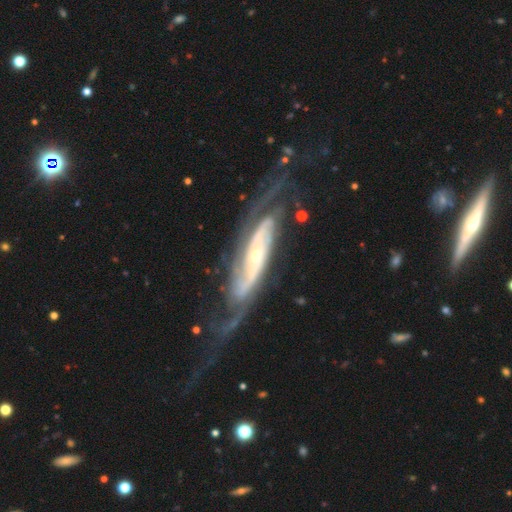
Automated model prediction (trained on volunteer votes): A featured or disk galaxy (88%) with no bar (54%), 2 (56%) tight (48%) spiral arms (96%) and a small central bulge (72%).

Vote fractions:
- Smooth or featured? featured or disk: 88% / smooth: 7% / star or artifact: 5%
- Edge-on disk? no: 83% / yes: 17%
- Bar? no: 54% / weak: 25% / strong: 21%
- Spiral arms? yes: 96% / no: 4%
- Spiral winding? tight: 48% / medium: 37% / loose: 16%
- Spiral arm count? 2: 56% / can't tell: 21% / 3: 10% / 4: 5% / 1: 4% / more than 4: 4%
- Bulge size? small: 72% / moderate: 21% / large: 3% / none: 2% / dominant: 1%
- Merging? none: 58% / major disturbance: 20% / minor disturbance: 19% / merger: 3%